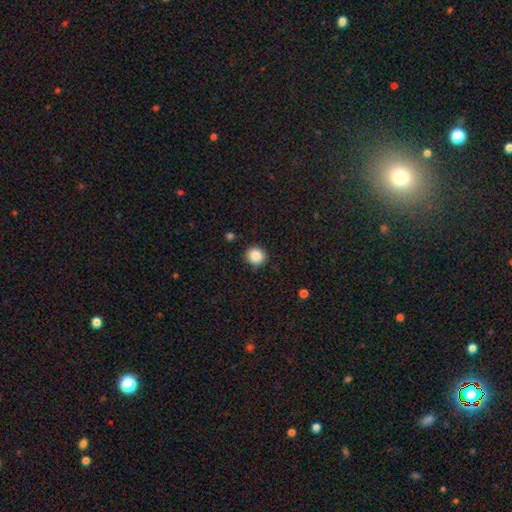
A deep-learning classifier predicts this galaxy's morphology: smooth-or-featured: smooth: 87% | star or artifact: 9% | featured or disk: 4%
  how-rounded: round: 91% | in between: 8% | cigar-shaped: 1%
  merging: none: 88% | minor disturbance: 8% | major disturbance: 2% | merger: 1%